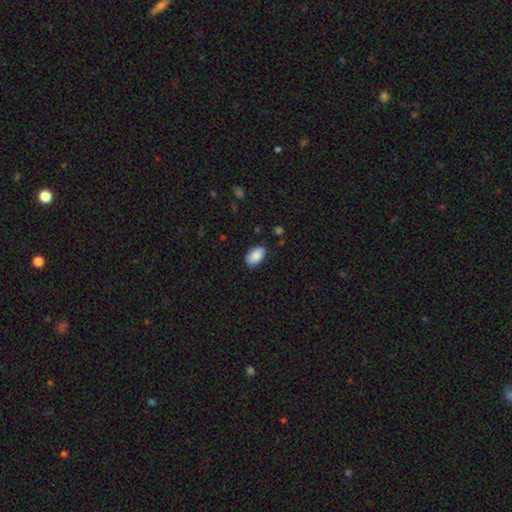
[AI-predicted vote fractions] Smooth or featured? Predicted: smooth (p=0.89). How rounded? Predicted: in between (p=0.94). Merging? Predicted: none (p=0.83).